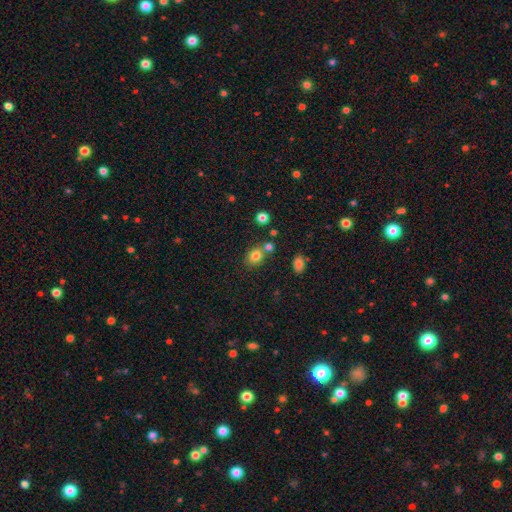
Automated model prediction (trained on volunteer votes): Q: Smooth or featured?
A: smooth (79%); runner-up: star or artifact (13%)
Q: How rounded?
A: round (50%); runner-up: in between (48%)
Q: Merging?
A: none (63%); runner-up: merger (22%)